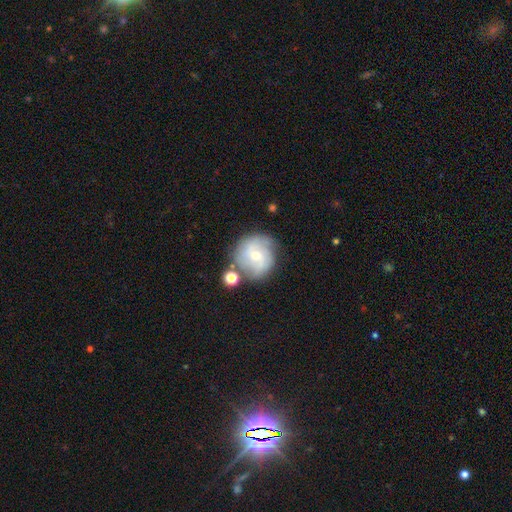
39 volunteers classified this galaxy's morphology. A featured or disk galaxy (69%) with no bar (58%), medium (48%) spiral arms (88%) and a small central bulge (62%). Merging: none (53%).